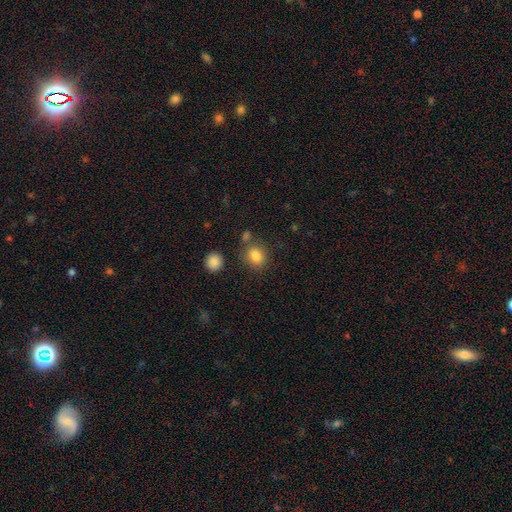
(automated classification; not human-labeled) Smooth or featured? smooth (83%)
How rounded? round (66%)
Merging? none (75%)